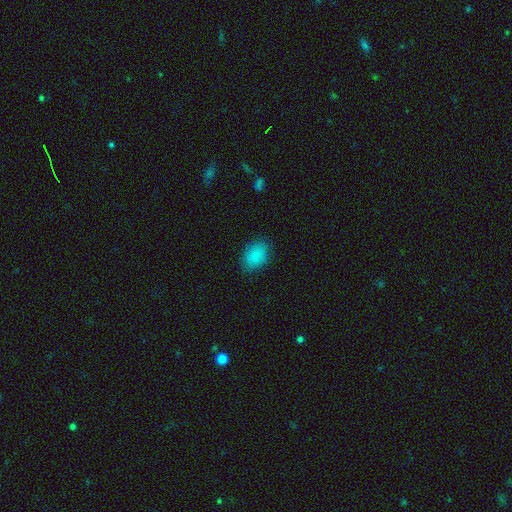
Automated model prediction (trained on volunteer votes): A smooth galaxy with no disk features (87%) that is in between round and cigar-shaped (79%). Merging: none (84%).